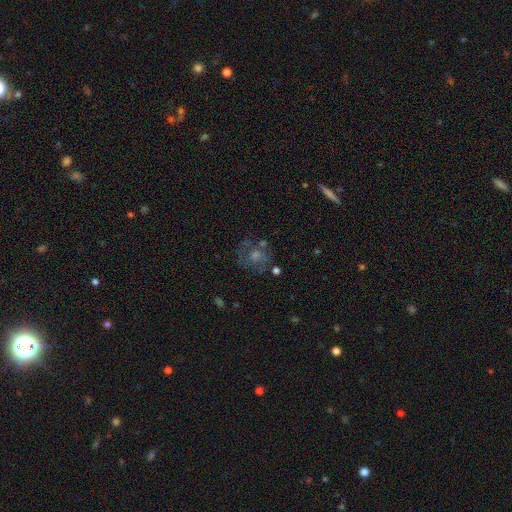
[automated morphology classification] This is possibly a featured or disk galaxy (51%). It is clearly not viewed edge-on (95%). Merging: likely none (65%).